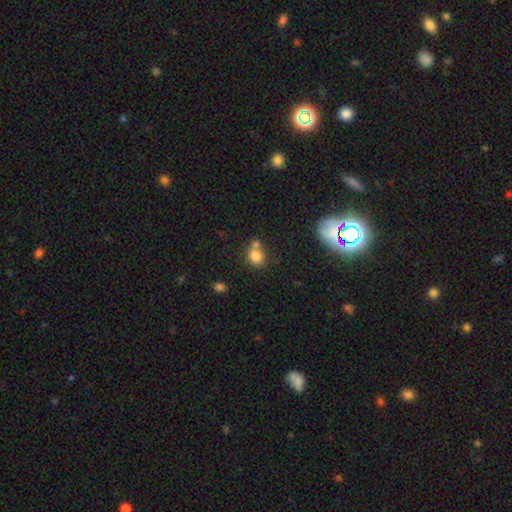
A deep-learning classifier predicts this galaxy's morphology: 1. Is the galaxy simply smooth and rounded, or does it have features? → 80% smooth, 11% star or artifact, 9% featured or disk.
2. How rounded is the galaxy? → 66% round, 33% in between, 1% cigar-shaped.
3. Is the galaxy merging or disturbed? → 47% none, 38% merger, 12% minor disturbance, 4% major disturbance.